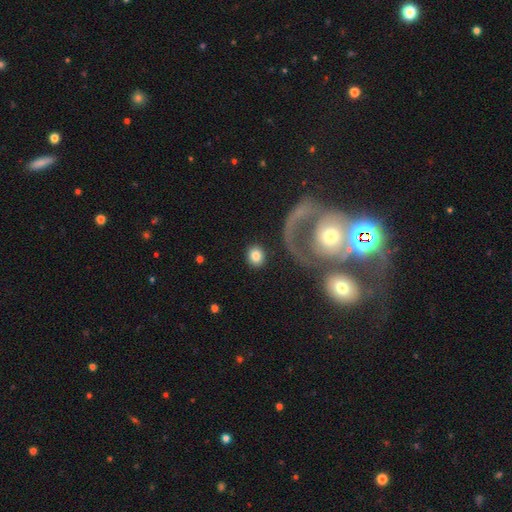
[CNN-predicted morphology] smooth_or_featured: smooth (p=0.81) [alt: featured or disk p=0.12]
how_rounded: round (p=0.71) [alt: in between p=0.27]
merging: none (p=0.85) [alt: minor disturbance p=0.07]